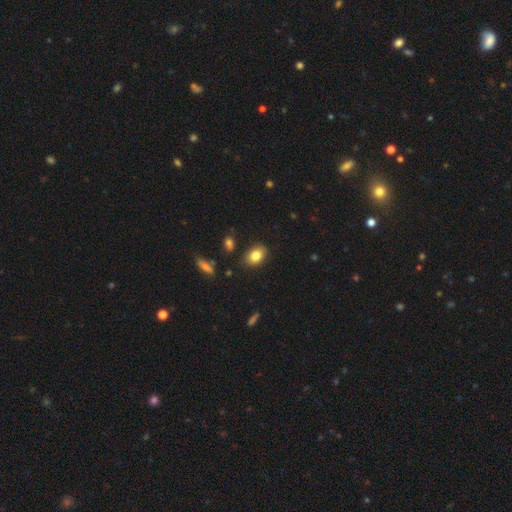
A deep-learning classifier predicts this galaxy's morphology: smooth_or_featured: smooth (p=0.83) [alt: featured or disk p=0.09]
how_rounded: in between (p=0.81) [alt: round p=0.18]
merging: none (p=0.83) [alt: minor disturbance p=0.12]